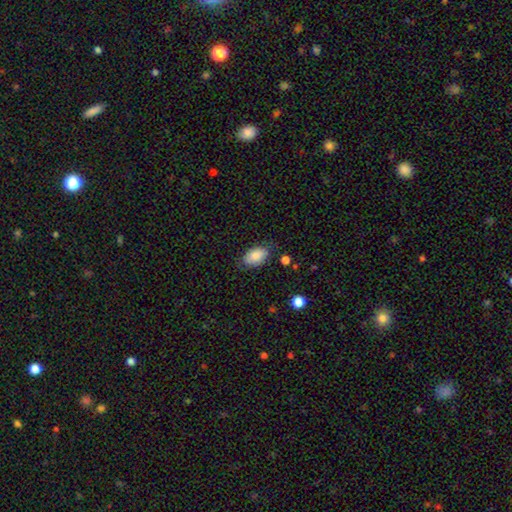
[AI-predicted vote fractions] Smooth or featured? Predicted: smooth (p=0.82). How rounded? Predicted: in between (p=0.92). Merging? Predicted: none (p=0.69).